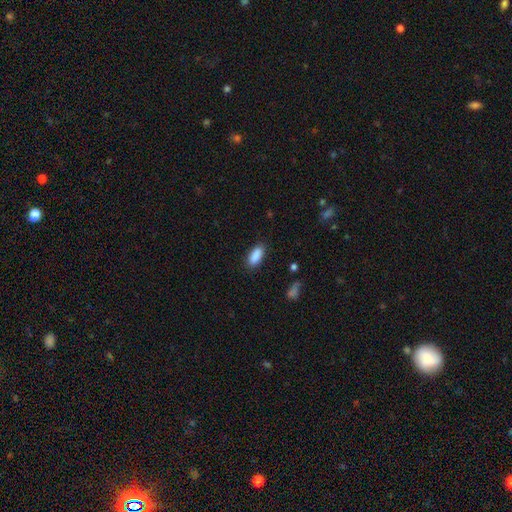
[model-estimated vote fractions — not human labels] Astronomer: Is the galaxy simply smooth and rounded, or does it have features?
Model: smooth — 89%.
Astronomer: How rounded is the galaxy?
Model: in between — 83%.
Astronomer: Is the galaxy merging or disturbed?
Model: none — 85%.